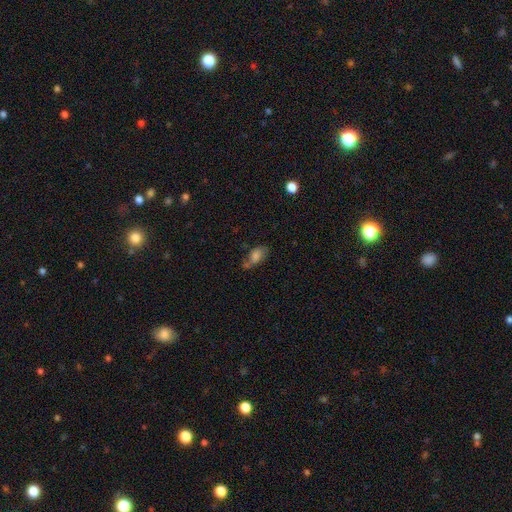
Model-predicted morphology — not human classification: Overall: smooth (64%; featured or disk 24%). How rounded: in between (88%). Merging: none (45%; minor disturbance 26%).